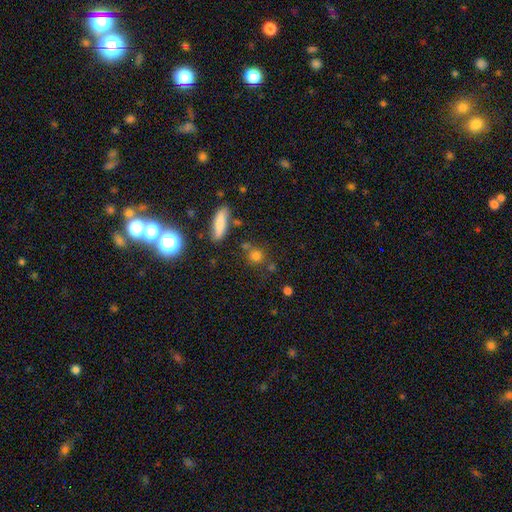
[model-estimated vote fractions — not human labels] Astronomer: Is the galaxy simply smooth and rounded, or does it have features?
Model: smooth — 76%.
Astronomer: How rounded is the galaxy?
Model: round — 75%.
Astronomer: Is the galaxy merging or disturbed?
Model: none — 68%.